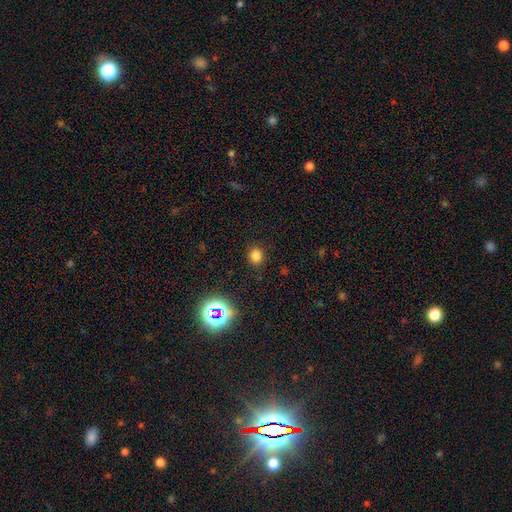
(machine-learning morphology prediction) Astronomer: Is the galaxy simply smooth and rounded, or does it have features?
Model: smooth — 78%.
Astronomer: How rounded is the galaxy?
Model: round — 76%.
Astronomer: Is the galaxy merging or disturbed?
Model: none — 89%.